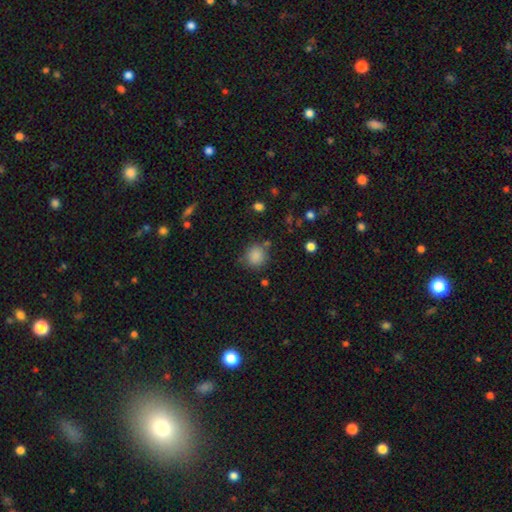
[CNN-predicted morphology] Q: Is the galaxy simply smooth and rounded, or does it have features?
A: smooth — 85%.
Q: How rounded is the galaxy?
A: round — 88%.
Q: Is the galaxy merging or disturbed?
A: none — 77%.